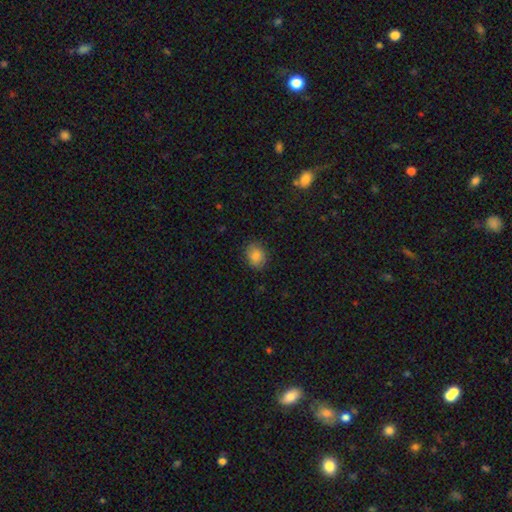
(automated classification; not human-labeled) Smooth or featured? Predicted: smooth (p=0.84). How rounded? Predicted: round (p=0.53). Merging? Predicted: none (p=0.84).